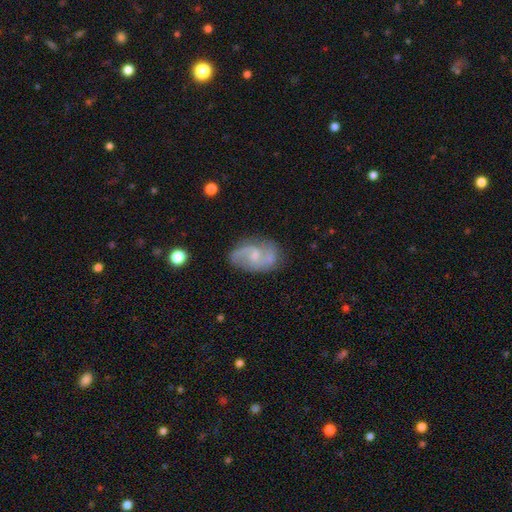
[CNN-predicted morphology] The model was most divided on "bar": no: 47%, weak: 45%, strong: 8%. Remaining: edge-on disk — no (97%); spiral arms — yes (92%); spiral arm count — 2 (86%); smooth or featured — featured or disk (78%); merging — none (68%); bulge size — small (60%); spiral winding — medium (46%).